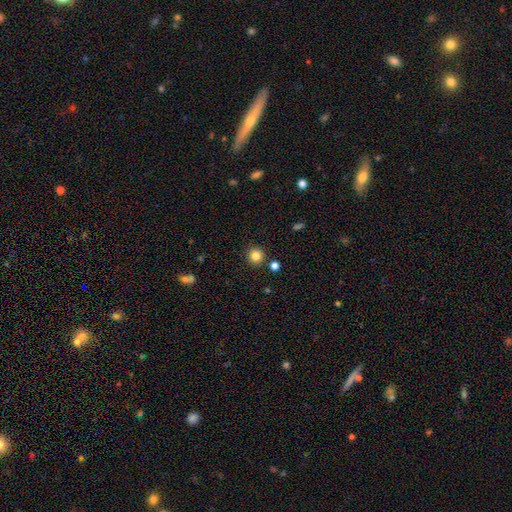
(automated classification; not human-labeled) This is clearly a smooth galaxy (84%). How rounded: clearly round (94%). Merging: clearly none (89%).